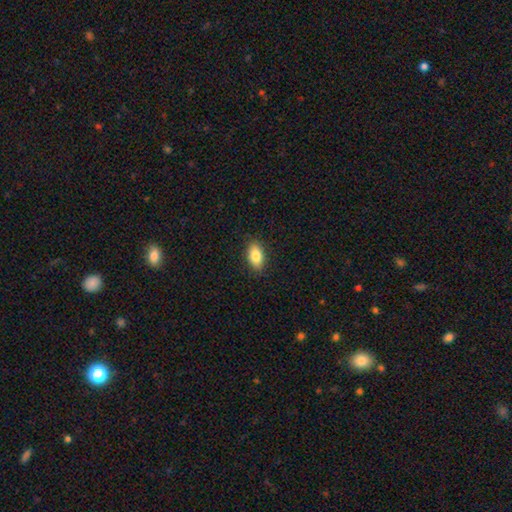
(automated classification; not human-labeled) Smooth or featured?
  - smooth: 84% *
  - featured or disk: 9%
  - star or artifact: 7%
How rounded?
  - in between: 90% *
  - round: 5%
  - cigar-shaped: 4%
Merging?
  - none: 88% *
  - minor disturbance: 9%
  - major disturbance: 2%
  - merger: 1%